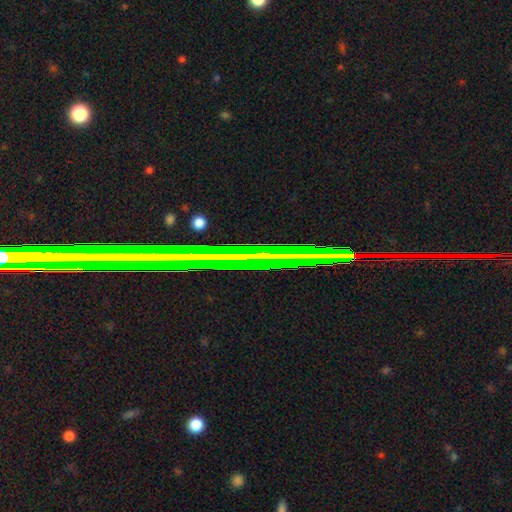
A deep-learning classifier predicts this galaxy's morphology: This is likely a star or artifact rather than a galaxy (71%).